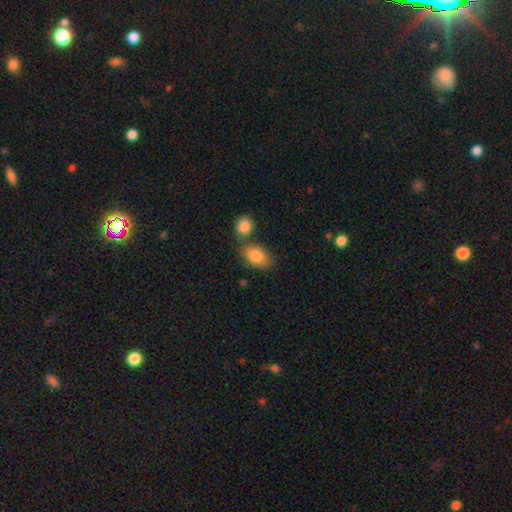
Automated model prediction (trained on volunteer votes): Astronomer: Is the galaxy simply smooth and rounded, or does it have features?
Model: smooth — 84%.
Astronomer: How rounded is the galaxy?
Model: in between — 87%.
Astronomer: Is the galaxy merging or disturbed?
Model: none — 57%.